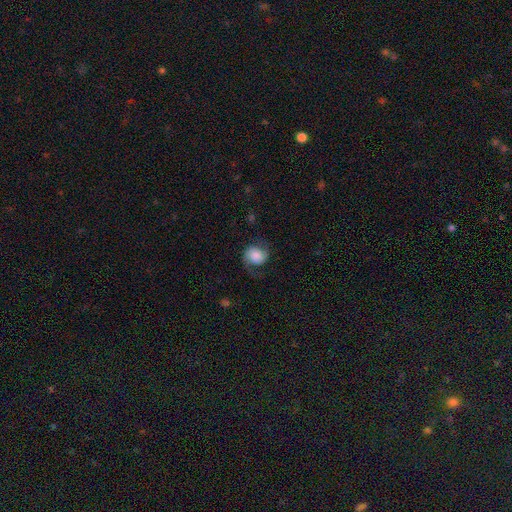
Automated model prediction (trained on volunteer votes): The model was most divided on "smooth or featured": featured or disk: 50%, smooth: 41%, star or artifact: 9%. More confident: merging — none (64%).